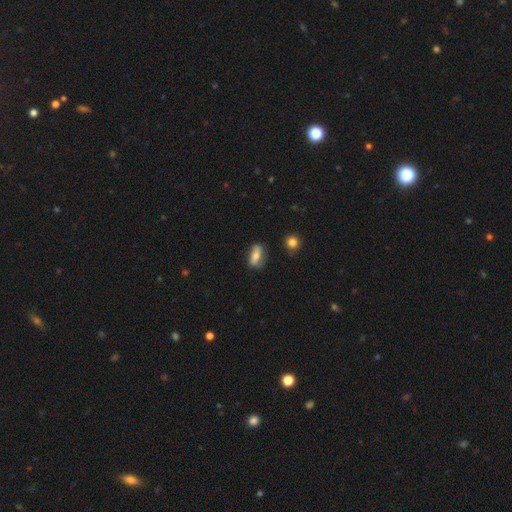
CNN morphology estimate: smooth_or_featured: smooth (p=0.57) [alt: featured or disk p=0.35]
how_rounded: in between (p=0.75) [alt: cigar-shaped p=0.17]
merging: none (p=0.70) [alt: minor disturbance p=0.21]